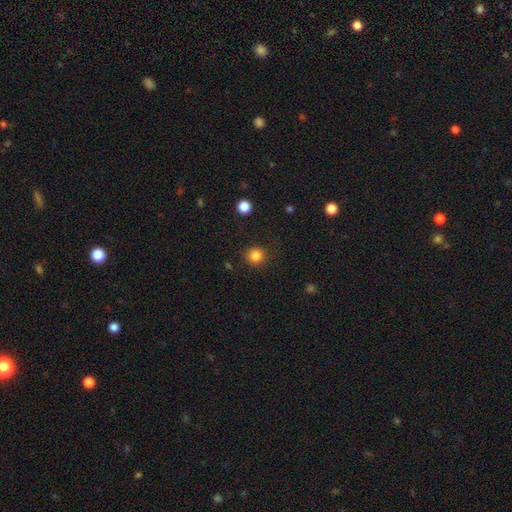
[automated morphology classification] Q: Smooth or featured?
A: smooth (84%); runner-up: star or artifact (12%)
Q: How rounded?
A: round (92%); runner-up: in between (7%)
Q: Merging?
A: none (89%); runner-up: minor disturbance (7%)